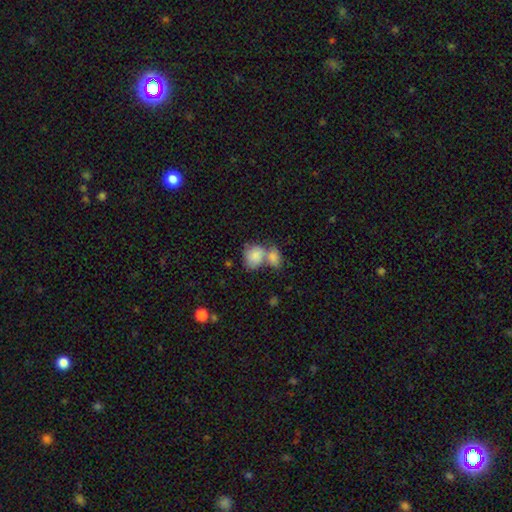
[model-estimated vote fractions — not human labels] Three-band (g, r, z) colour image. It shows a smooth galaxy with no disk features (82%) that is in between round and cigar-shaped (54%). Merging: merger (64%).